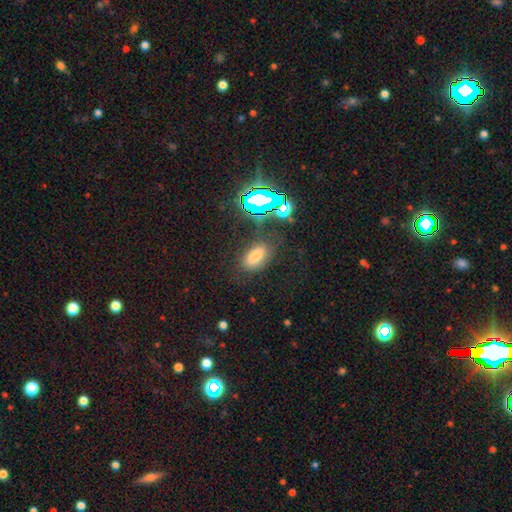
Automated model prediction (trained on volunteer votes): This is likely a smooth galaxy (65%). How rounded: clearly in between (86%). Merging: likely none (76%).